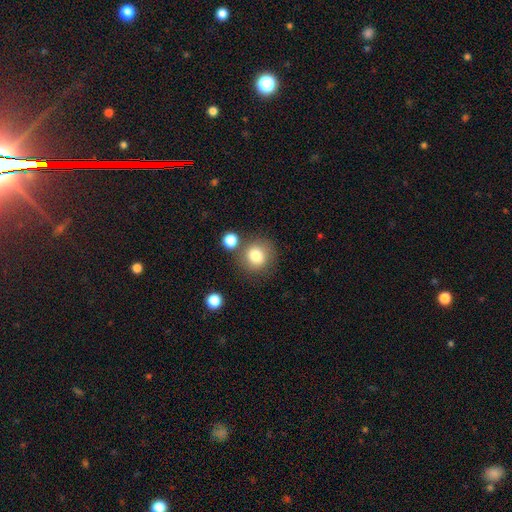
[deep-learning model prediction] Smooth or featured: smooth — 80% (star or artifact — 10%)
How rounded: round — 86% (in between — 13%)
Merging: none — 71% (merger — 13%)